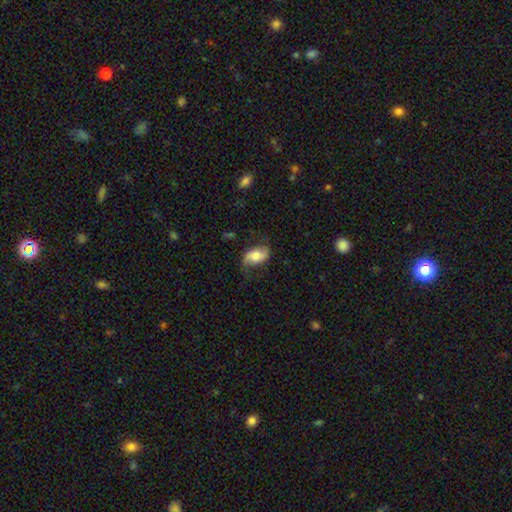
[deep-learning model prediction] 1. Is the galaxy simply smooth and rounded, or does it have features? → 53% featured or disk, 39% smooth, 8% star or artifact.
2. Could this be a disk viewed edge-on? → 94% no, 6% yes.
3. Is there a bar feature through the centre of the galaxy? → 52% no, 32% weak, 16% strong.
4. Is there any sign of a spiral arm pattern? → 88% yes, 12% no.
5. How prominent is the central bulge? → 45% moderate, 24% large, 19% small, 6% none, 6% dominant.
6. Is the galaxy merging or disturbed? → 66% none, 22% minor disturbance, 10% major disturbance, 2% merger.